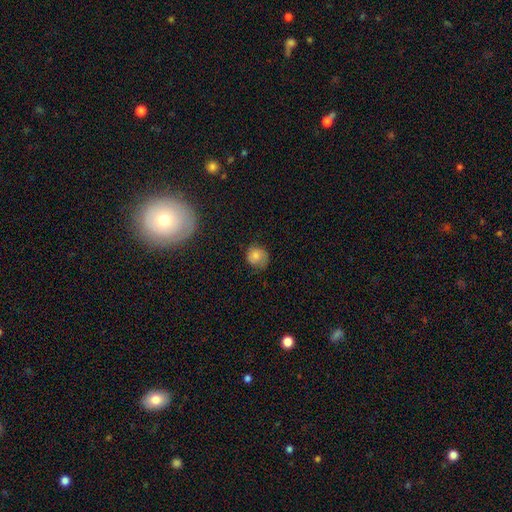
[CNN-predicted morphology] Overall: smooth (68%). How rounded: round (80%). Merging: none (63%; minor disturbance 25%).